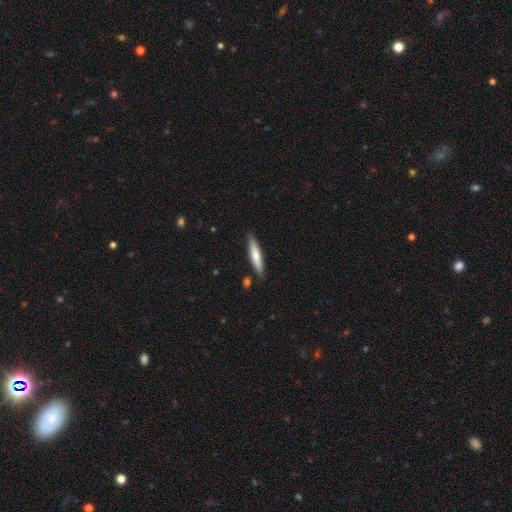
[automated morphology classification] smooth_or_featured: smooth (p=0.68) [alt: featured or disk p=0.26]
how_rounded: cigar-shaped (p=0.87) [alt: in between p=0.11]
merging: none (p=0.87) [alt: minor disturbance p=0.09]